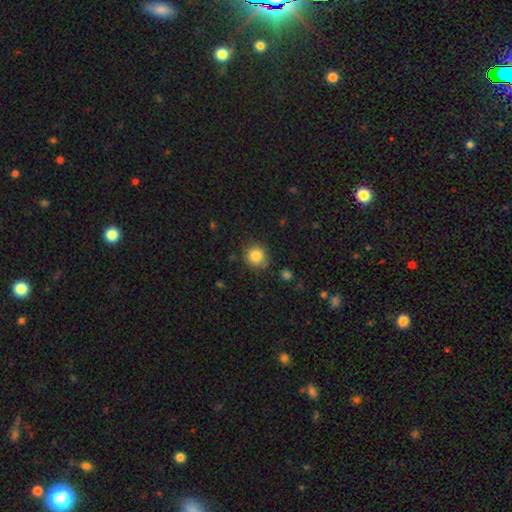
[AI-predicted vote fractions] smooth_or_featured: smooth (p=0.85) [alt: star or artifact p=0.10]
how_rounded: round (p=0.91) [alt: in between p=0.08]
merging: none (p=0.84) [alt: minor disturbance p=0.11]